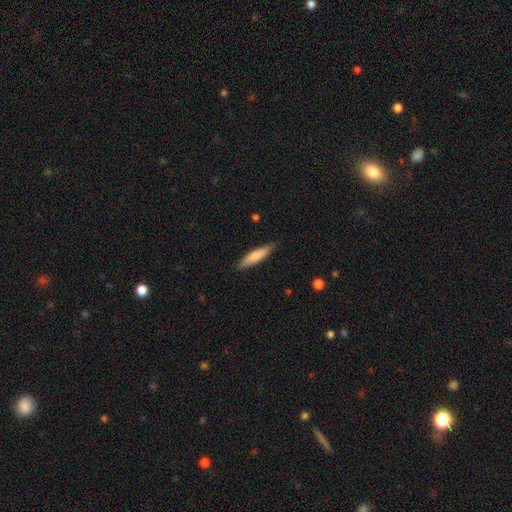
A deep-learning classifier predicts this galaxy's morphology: Smooth or featured: smooth — 77% (featured or disk — 18%)
How rounded: cigar-shaped — 81% (in between — 18%)
Merging: none — 86% (minor disturbance — 11%)